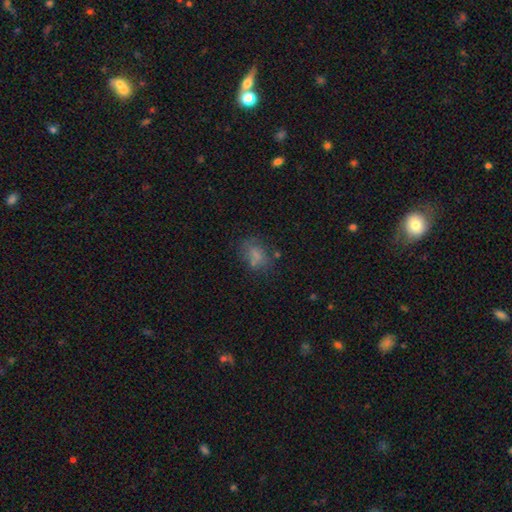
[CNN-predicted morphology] smooth-or-featured: smooth: 67% | featured or disk: 18% | star or artifact: 15%
  how-rounded: in between: 72% | round: 26% | cigar-shaped: 3%
  merging: none: 58% | minor disturbance: 20% | merger: 11% | major disturbance: 11%